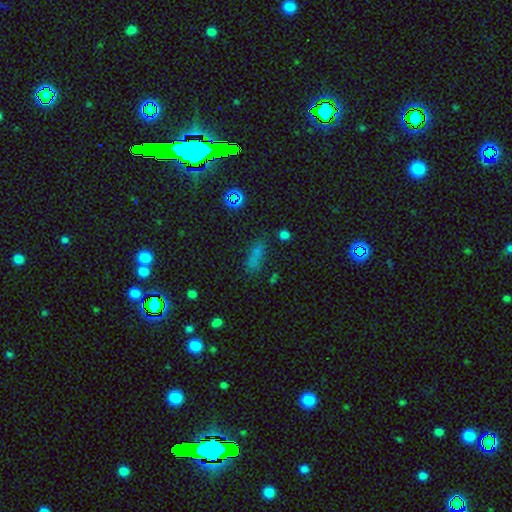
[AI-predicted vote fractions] Smooth or featured? smooth (61%)
How rounded? in between (57%)
Merging? none (69%)